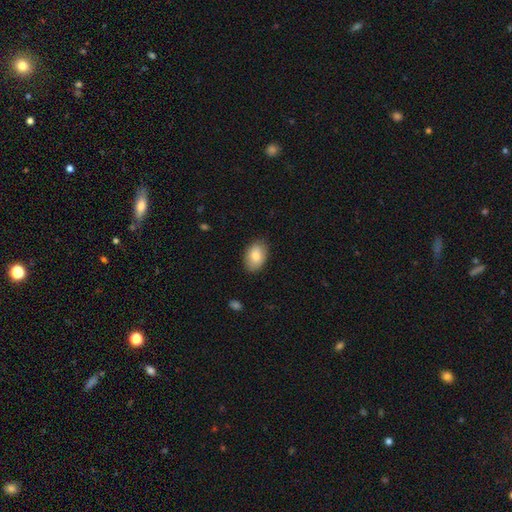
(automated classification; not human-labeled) A smooth galaxy with no disk features (82%) that is in between round and cigar-shaped (89%).

Vote fractions:
- Smooth or featured? smooth: 82% / featured or disk: 11% / star or artifact: 7%
- How rounded? in between: 89% / round: 10% / cigar-shaped: 1%
- Merging? none: 83% / minor disturbance: 14% / major disturbance: 3% / merger: 1%